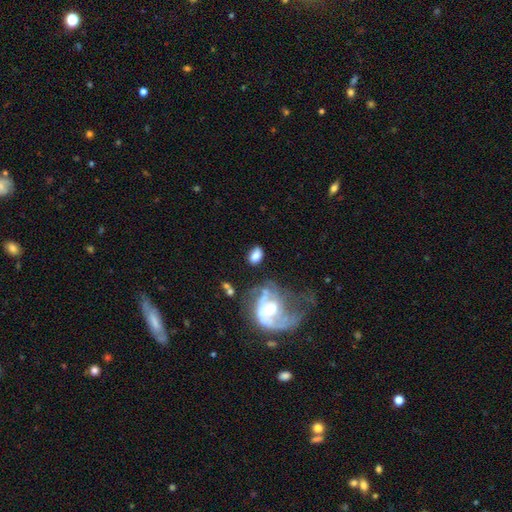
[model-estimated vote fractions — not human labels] Smooth or featured? Predicted: smooth (p=0.74). How rounded? Predicted: in between (p=0.84). Merging? Predicted: none (p=0.65).